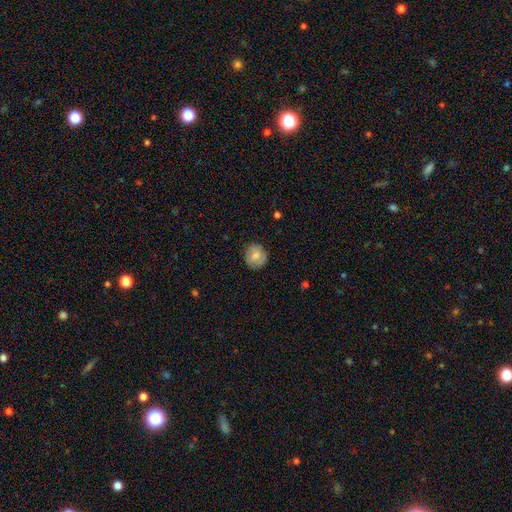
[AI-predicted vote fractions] This is likely a smooth galaxy (73%). How rounded: clearly round (85%). Merging: clearly none (82%).